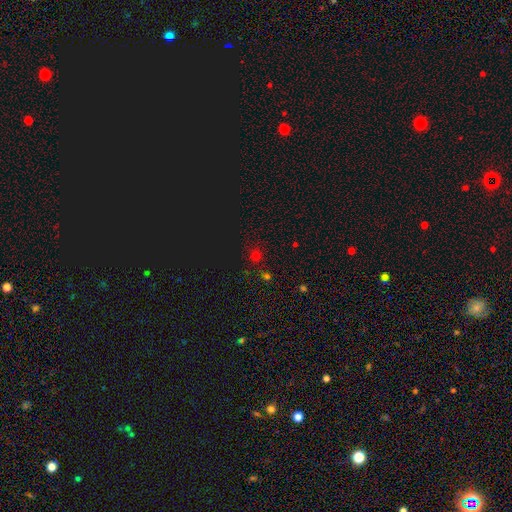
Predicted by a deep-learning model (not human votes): A smooth galaxy with no disk features (56%) that is round (90%). Merging: none (77%).